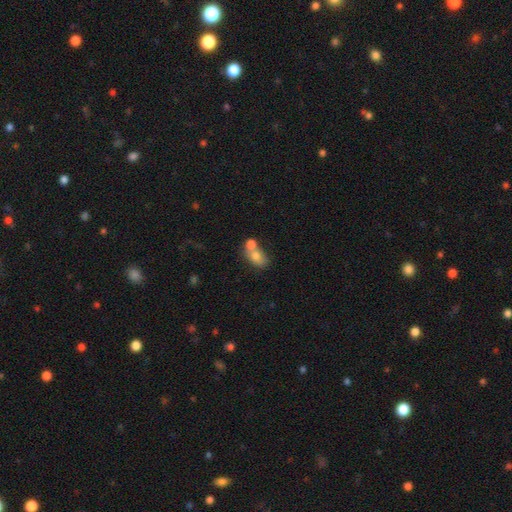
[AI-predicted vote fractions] Smooth or featured?
  - smooth: 72% *
  - featured or disk: 18%
  - star or artifact: 10%
How rounded?
  - in between: 71% *
  - round: 27%
  - cigar-shaped: 2%
Merging?
  - merger: 60% *
  - none: 26%
  - minor disturbance: 9%
  - major disturbance: 5%